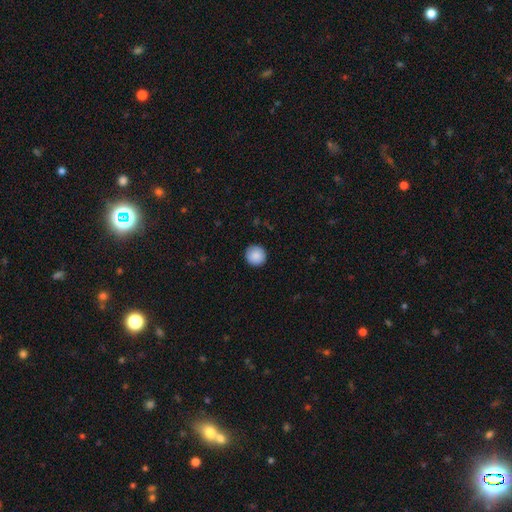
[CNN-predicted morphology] This appears to be a smooth galaxy with no disk features (89%) that is round (96%). Merging: none (92%).